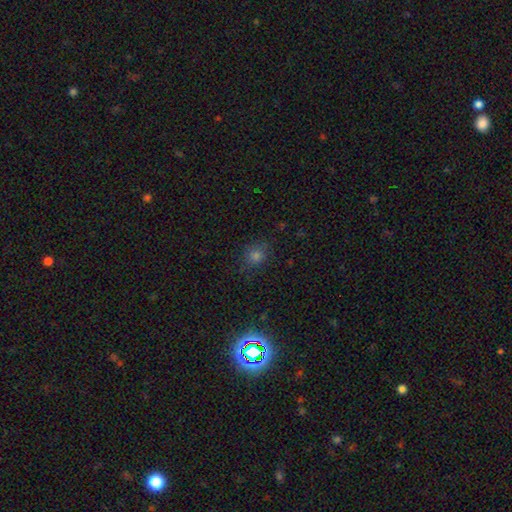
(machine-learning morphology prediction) Overall: smooth (64%; star or artifact 29%). How rounded: round (80%). Merging: none (82%).